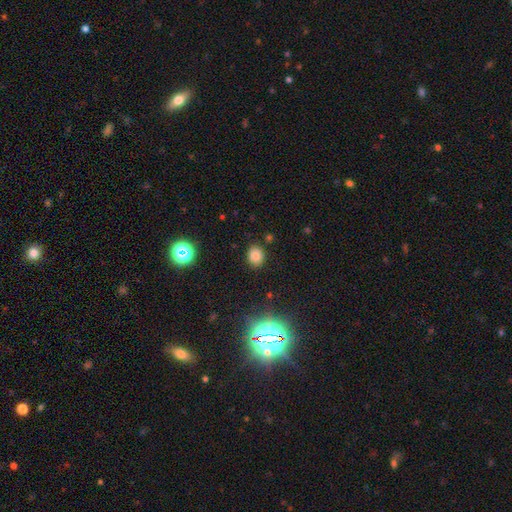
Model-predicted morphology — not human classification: Smooth or featured? Predicted: smooth (p=0.78). How rounded? Predicted: round (p=0.54). Merging? Predicted: none (p=0.85).